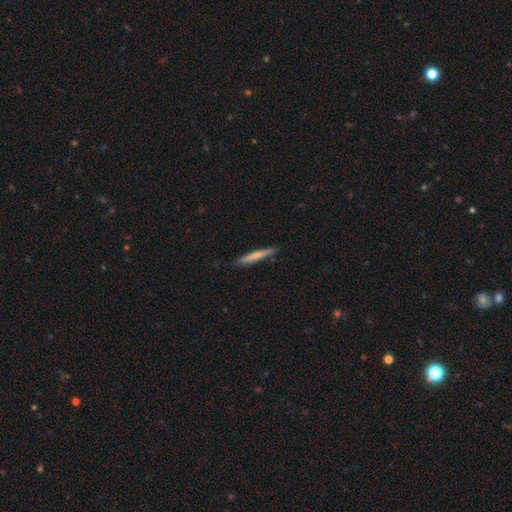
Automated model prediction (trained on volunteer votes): Smooth or featured: smooth — 67% (featured or disk — 28%)
How rounded: cigar-shaped — 95% (in between — 4%)
Merging: none — 85% (minor disturbance — 11%)